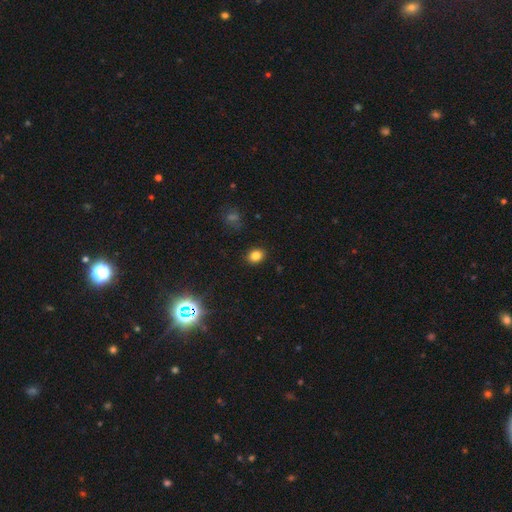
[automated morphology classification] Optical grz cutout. It shows a smooth galaxy with no disk features (83%) that is round (52%). Merging: none (89%).